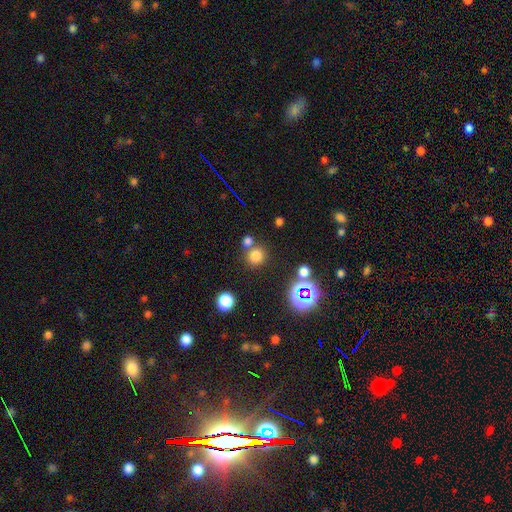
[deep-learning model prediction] Smooth or featured? smooth (74%)
How rounded? round (86%)
Merging? none (69%)